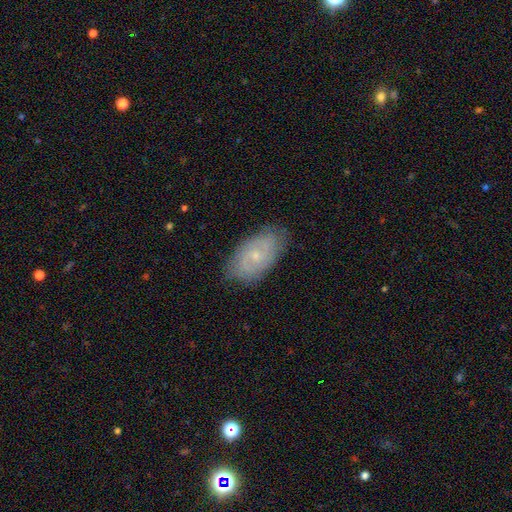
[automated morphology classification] The model was most divided on "spiral arm count": 2: 43%, can't tell: 37%, 3: 9%, 4: 4%, 1: 3%, more than 4: 3%. More confident: edge-on disk — no (94%); spiral arms — yes (86%); merging — none (79%); bulge size — small (74%); bar — no (69%); smooth or featured — featured or disk (65%); spiral winding — tight (57%).